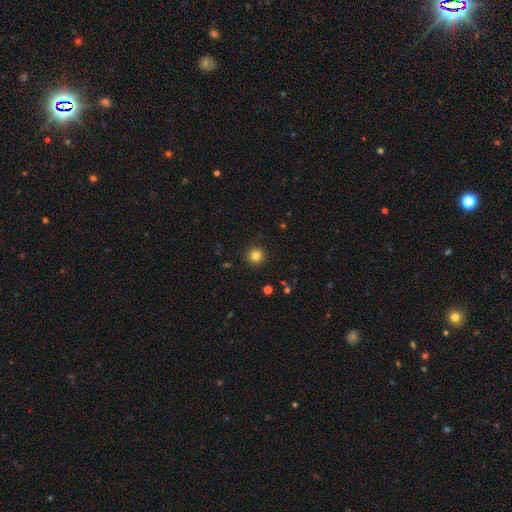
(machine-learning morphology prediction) The model was most divided on "smooth or featured": smooth: 82%, star or artifact: 12%, featured or disk: 6%. More confident: how rounded — round (96%); merging — none (93%).